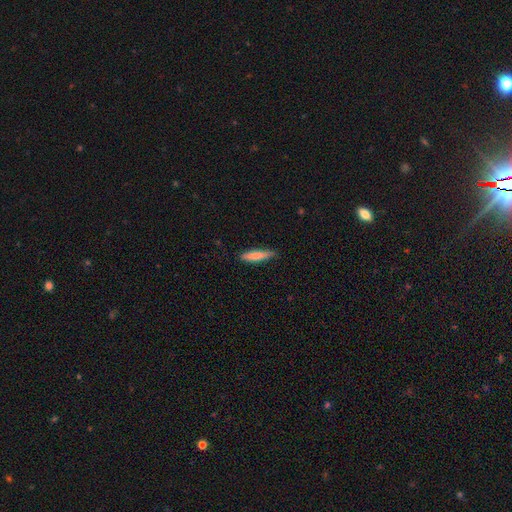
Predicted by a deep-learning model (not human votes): A smooth galaxy with no disk features (80%) that is cigar-shaped (83%). Merging: none (80%).